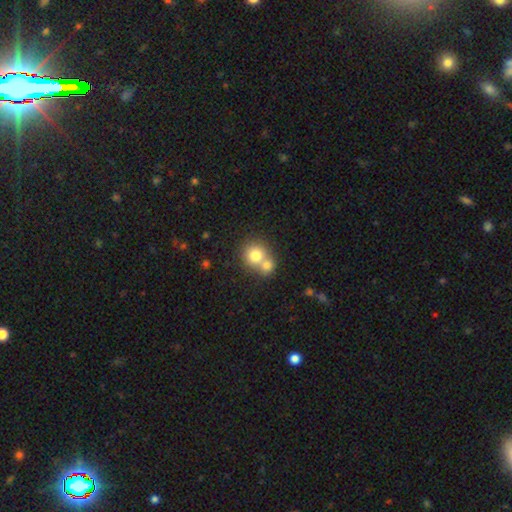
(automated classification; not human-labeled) A smooth galaxy with no disk features (76%) that is round (84%). Merging: merger (57%).